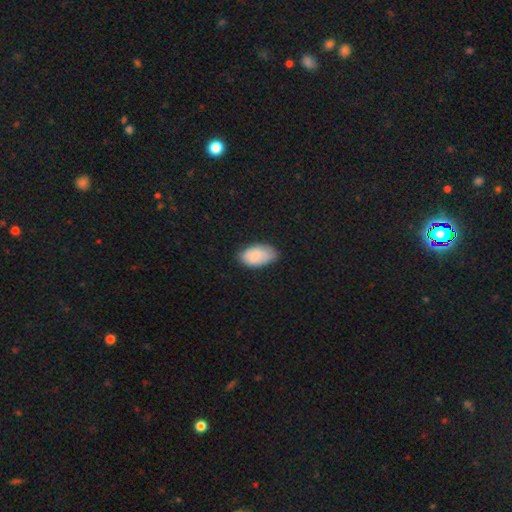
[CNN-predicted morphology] smooth 77%, featured or disk 16%, star or artifact 7%. Down the decision tree: how rounded — in between (94%); merging — none (70%).